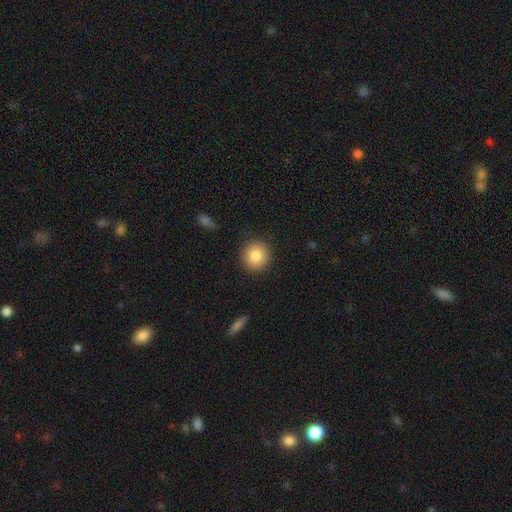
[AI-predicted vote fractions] This is clearly a smooth galaxy (85%). How rounded: clearly round (93%). Merging: clearly none (90%).